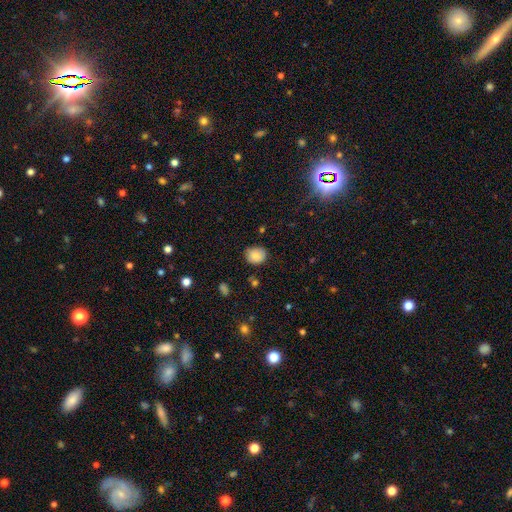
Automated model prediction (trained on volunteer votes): Smooth or featured?
  - smooth: 84% *
  - star or artifact: 9%
  - featured or disk: 7%
How rounded?
  - round: 66% *
  - in between: 34%
  - cigar-shaped: 1%
Merging?
  - none: 74% *
  - minor disturbance: 20%
  - major disturbance: 4%
  - merger: 2%